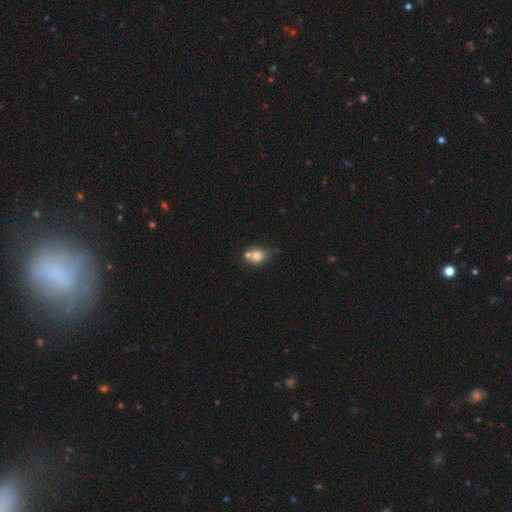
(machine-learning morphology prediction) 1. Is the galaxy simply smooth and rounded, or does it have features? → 78% smooth, 11% featured or disk, 11% star or artifact.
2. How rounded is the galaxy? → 56% round, 43% in between, 1% cigar-shaped.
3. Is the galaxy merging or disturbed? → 53% none, 31% merger, 13% minor disturbance, 4% major disturbance.